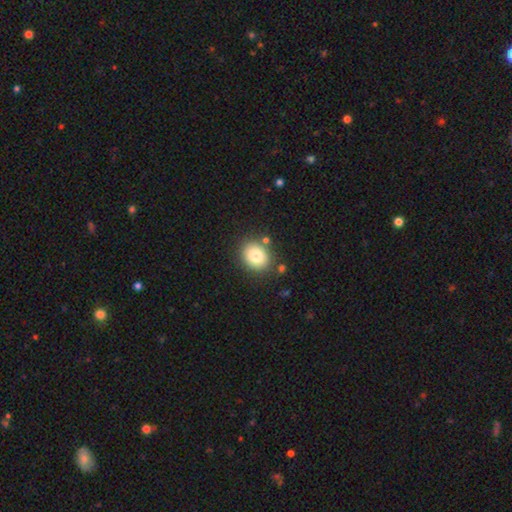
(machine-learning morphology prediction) A smooth galaxy with no disk features (82%) that is round (61%).

Vote fractions:
- Smooth or featured? smooth: 82% / star or artifact: 9% / featured or disk: 9%
- How rounded? round: 61% / in between: 39% / cigar-shaped: 1%
- Merging? none: 83% / minor disturbance: 10% / merger: 5% / major disturbance: 3%